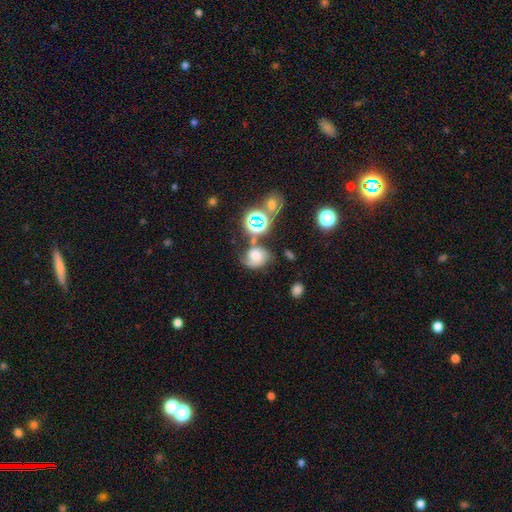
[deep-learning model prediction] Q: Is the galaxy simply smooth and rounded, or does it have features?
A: featured or disk — 49%.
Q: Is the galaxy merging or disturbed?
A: none — 46%.